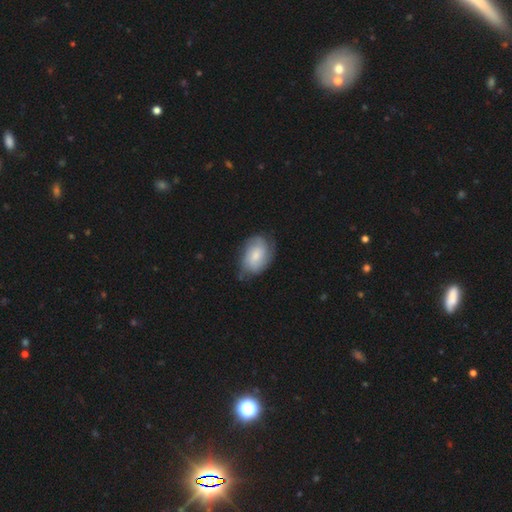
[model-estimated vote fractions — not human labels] Q: Smooth or featured?
A: smooth (47%); runner-up: featured or disk (46%)
Q: Merging?
A: none (64%); runner-up: minor disturbance (26%)